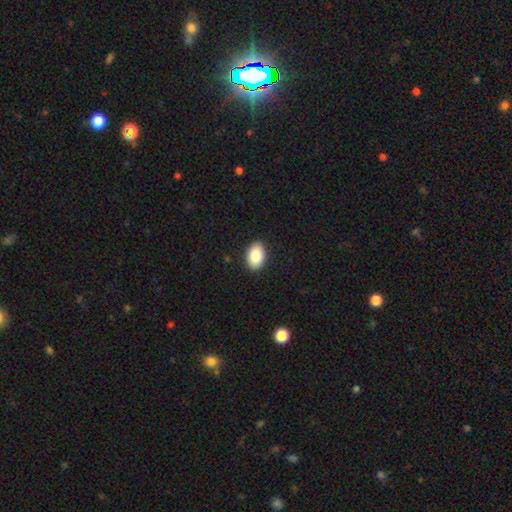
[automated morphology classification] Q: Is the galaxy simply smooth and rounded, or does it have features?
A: smooth — 84%.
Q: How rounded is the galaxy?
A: in between — 90%.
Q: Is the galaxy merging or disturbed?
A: none — 90%.